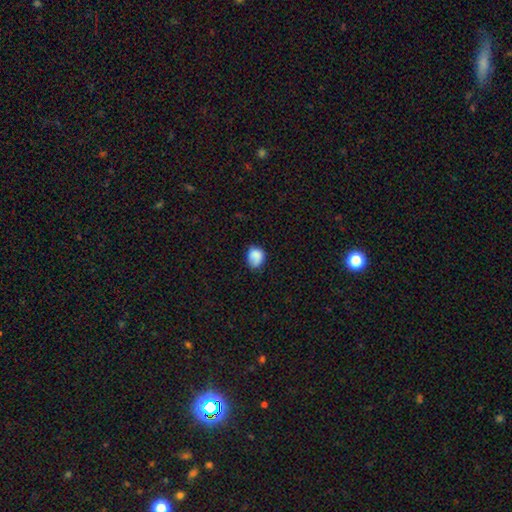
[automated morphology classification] smooth-or-featured: smooth: 84% | star or artifact: 8% | featured or disk: 8%
  how-rounded: round: 52% | in between: 47% | cigar-shaped: 1%
  merging: none: 59% | minor disturbance: 31% | major disturbance: 8% | merger: 2%